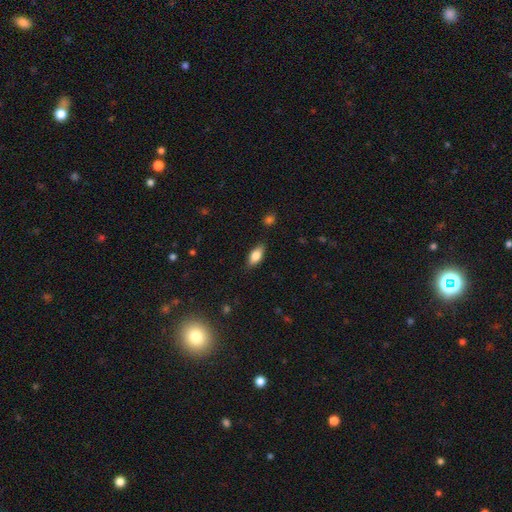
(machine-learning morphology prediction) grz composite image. It shows a smooth galaxy with no disk features (80%) that is in between round and cigar-shaped (85%). Merging: none (84%).